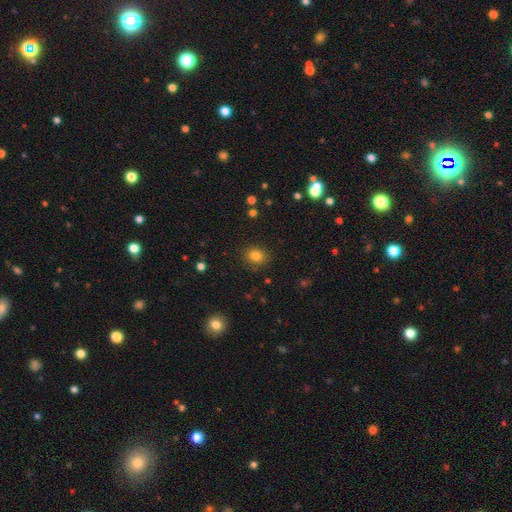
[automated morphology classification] Smooth or featured? Predicted: smooth (p=0.82). How rounded? Predicted: round (p=0.67). Merging? Predicted: none (p=0.86).